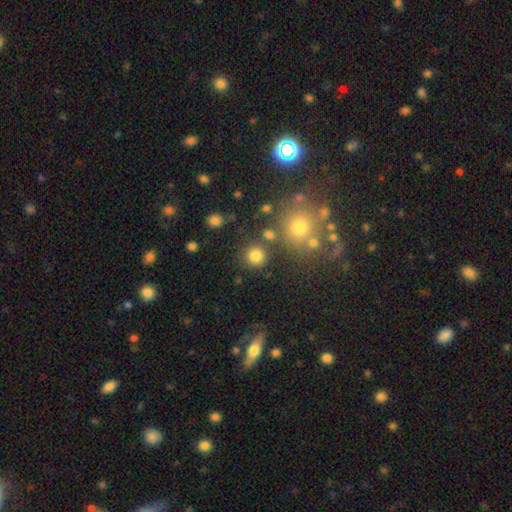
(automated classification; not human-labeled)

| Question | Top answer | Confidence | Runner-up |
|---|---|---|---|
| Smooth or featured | smooth | 80% | star or artifact (15%) |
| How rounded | round | 93% | in between (6%) |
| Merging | none | 83% | minor disturbance (7%) |